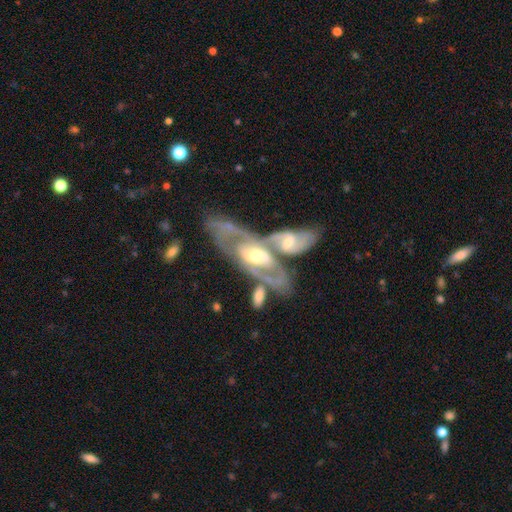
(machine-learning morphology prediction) type=featured or disk (81%); edge-on=no (88%); bar=no (39%); spiral arms=yes (82%); winding=medium (44%); arm count=2 (62%); bulge=moderate (61%); merging=merger (53%).